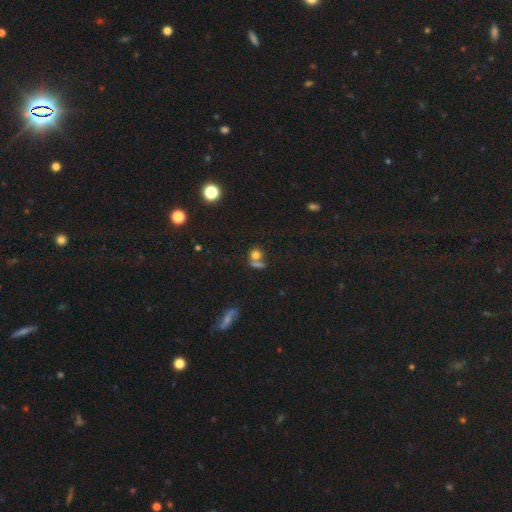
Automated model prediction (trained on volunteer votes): This is likely a smooth galaxy (71%). How rounded: clearly round (80%). Merging: possibly none (52%).